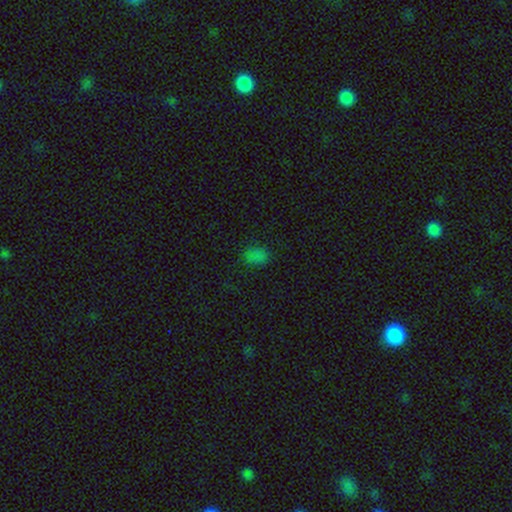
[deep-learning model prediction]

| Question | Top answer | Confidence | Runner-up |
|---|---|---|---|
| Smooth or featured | smooth | 73% | star or artifact (22%) |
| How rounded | in between | 63% | round (35%) |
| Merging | none | 78% | minor disturbance (15%) |